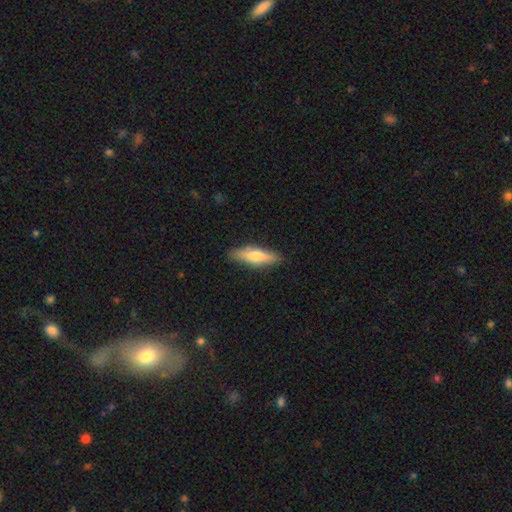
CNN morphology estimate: This appears to be a smooth galaxy with no disk features (64%) that is cigar-shaped (64%). Merging: none (88%).